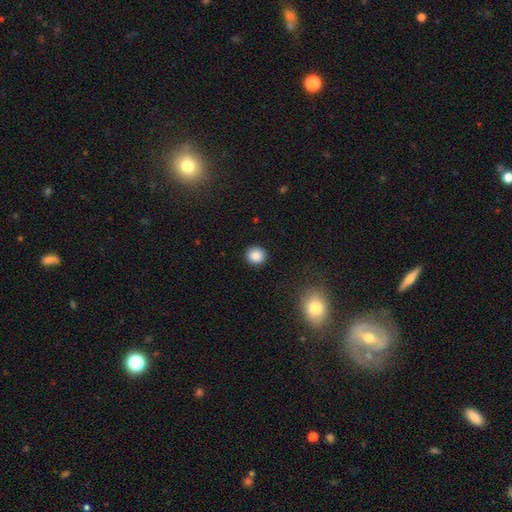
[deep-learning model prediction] A smooth galaxy with no disk features (87%) that is round (88%).

Vote fractions:
- Smooth or featured? smooth: 87% / star or artifact: 10% / featured or disk: 4%
- How rounded? round: 88% / in between: 11% / cigar-shaped: 1%
- Merging? none: 91% / minor disturbance: 6% / major disturbance: 2% / merger: 1%